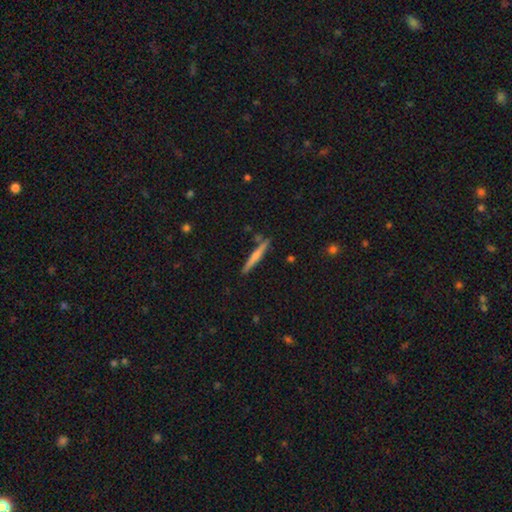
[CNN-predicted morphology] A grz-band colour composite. It shows a smooth galaxy with no disk features (50%). Merging: none (86%).